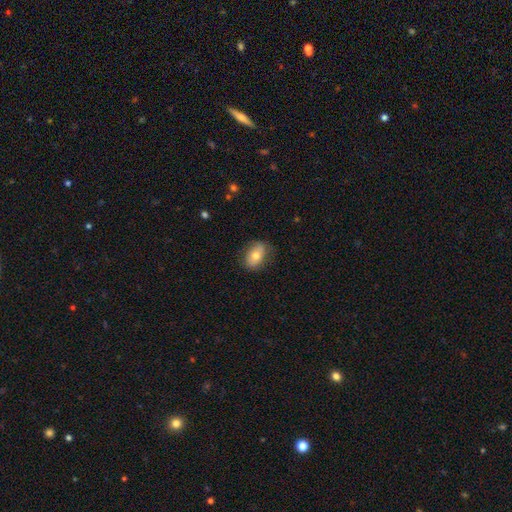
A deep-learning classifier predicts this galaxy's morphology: Smooth or featured? smooth (68%)
How rounded? in between (81%)
Merging? none (75%)